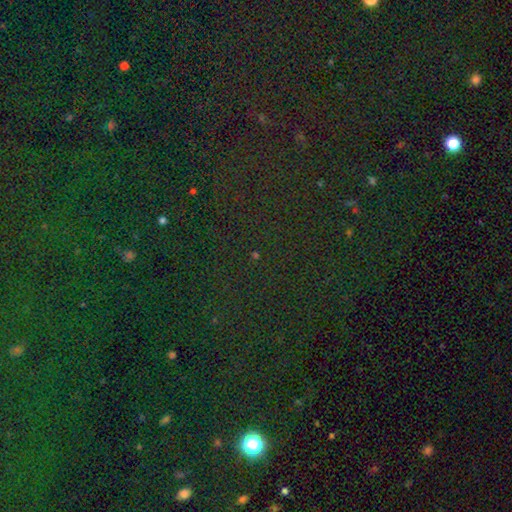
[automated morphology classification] Smooth or featured? star or artifact (72%)